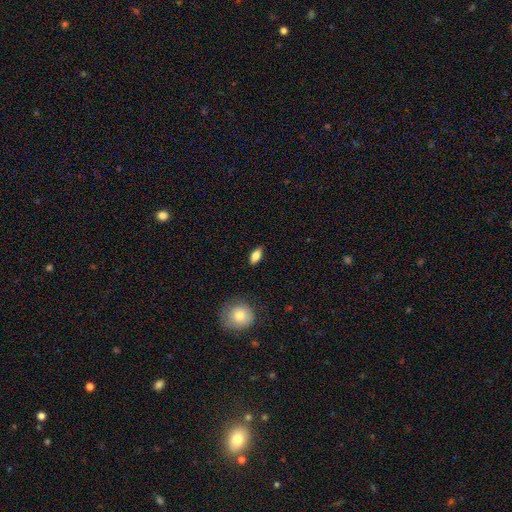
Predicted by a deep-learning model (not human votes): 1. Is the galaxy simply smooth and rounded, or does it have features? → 79% smooth, 13% featured or disk, 8% star or artifact.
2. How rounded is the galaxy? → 83% in between, 12% cigar-shaped, 4% round.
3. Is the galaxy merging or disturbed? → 86% none, 11% minor disturbance, 2% major disturbance, 1% merger.